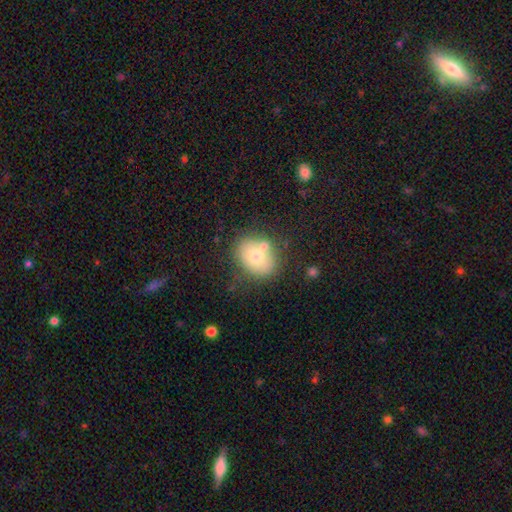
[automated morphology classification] A smooth galaxy with no disk features (68%) that is in between round and cigar-shaped (61%). Merging: none (67%).